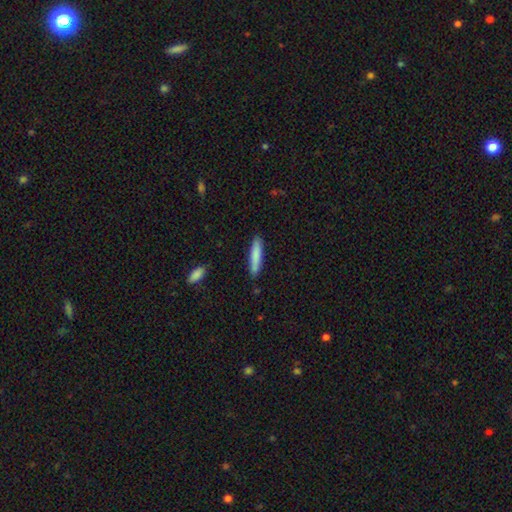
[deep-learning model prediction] Smooth or featured? Predicted: smooth (p=0.81). How rounded? Predicted: cigar-shaped (p=0.87). Merging? Predicted: none (p=0.87).